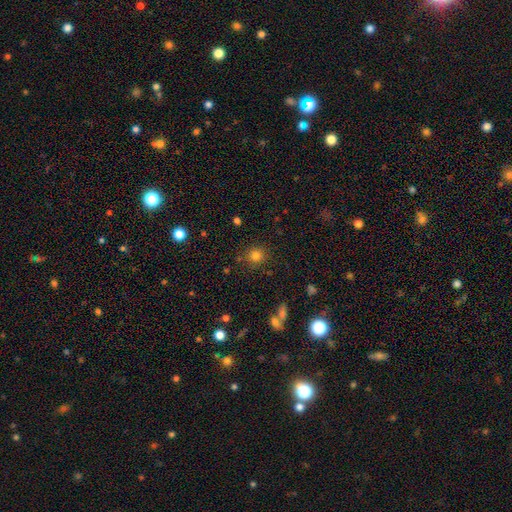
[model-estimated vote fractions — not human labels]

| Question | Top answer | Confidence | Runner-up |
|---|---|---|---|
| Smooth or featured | smooth | 80% | star or artifact (14%) |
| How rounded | round | 90% | in between (9%) |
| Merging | none | 86% | minor disturbance (8%) |